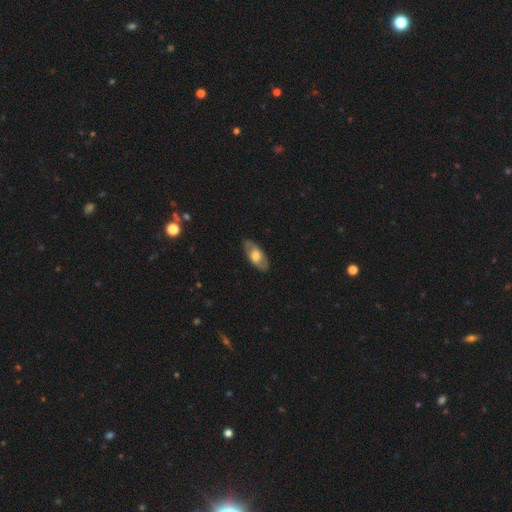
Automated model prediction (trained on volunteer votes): Q: Smooth or featured?
A: smooth (51%); runner-up: featured or disk (43%)
Q: How rounded?
A: in between (87%); runner-up: cigar-shaped (9%)
Q: Merging?
A: none (84%); runner-up: minor disturbance (12%)